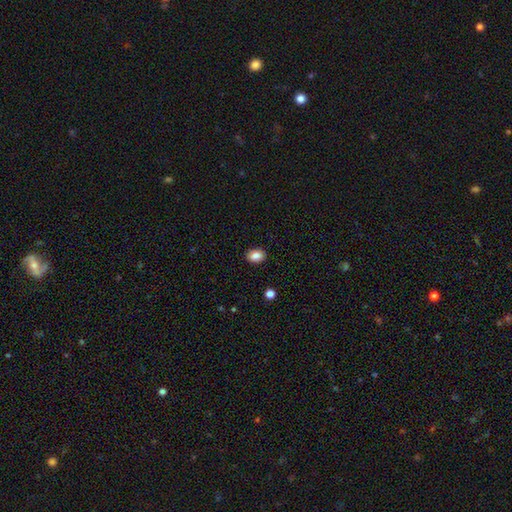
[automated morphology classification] smooth_or_featured: smooth (p=0.86) [alt: star or artifact p=0.09]
how_rounded: in between (p=0.70) [alt: round p=0.29]
merging: none (p=0.90) [alt: minor disturbance p=0.07]